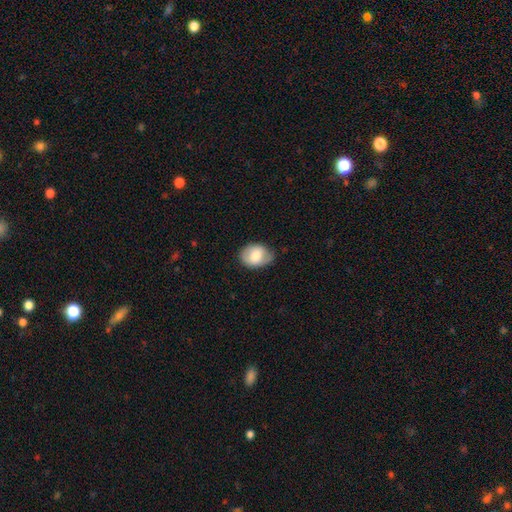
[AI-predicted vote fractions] smooth 71%, featured or disk 22%, star or artifact 7%. Down the decision tree: how rounded — in between (70%); merging — none (67%).